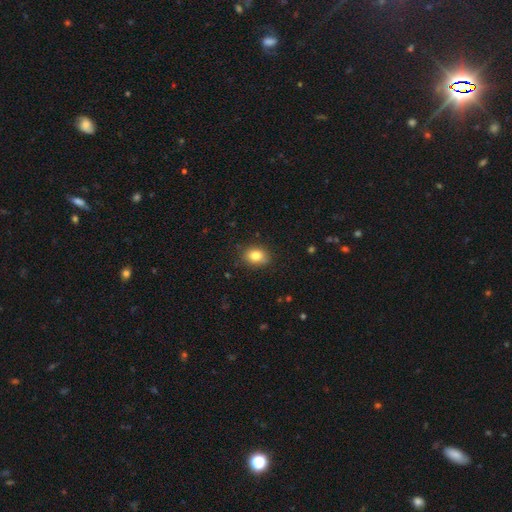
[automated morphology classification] A smooth galaxy with no disk features (82%) that is in between round and cigar-shaped (63%).

Vote fractions:
- Smooth or featured? smooth: 82% / star or artifact: 9% / featured or disk: 8%
- How rounded? in between: 63% / round: 36% / cigar-shaped: 1%
- Merging? none: 85% / minor disturbance: 11% / major disturbance: 3% / merger: 1%